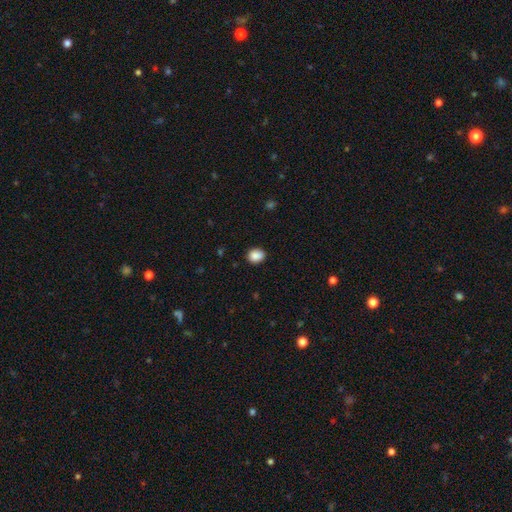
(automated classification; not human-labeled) Overall: smooth (88%). How rounded: round (50%; in between 49%). Merging: none (85%).